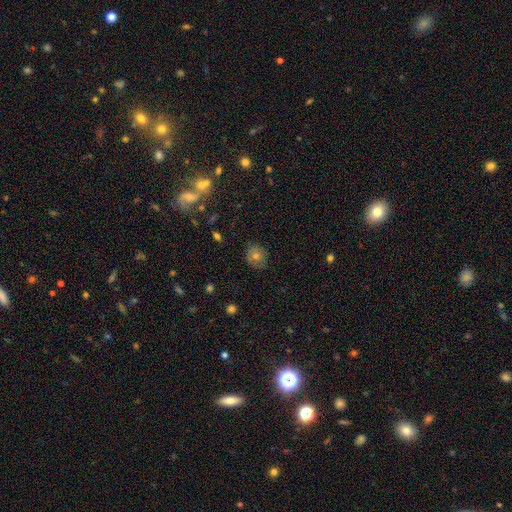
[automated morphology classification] Smooth or featured? Predicted: smooth (p=0.59). How rounded? Predicted: round (p=0.72). Merging? Predicted: none (p=0.83).